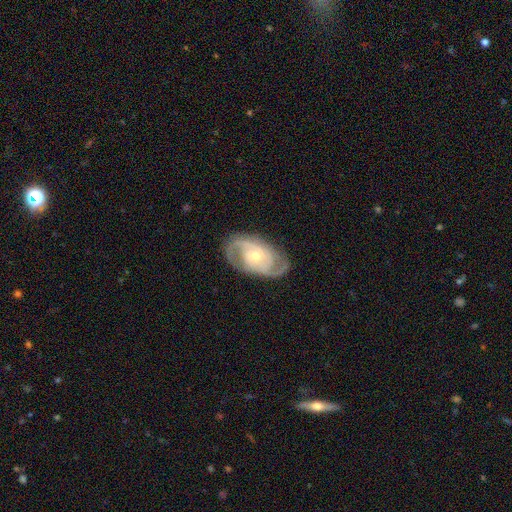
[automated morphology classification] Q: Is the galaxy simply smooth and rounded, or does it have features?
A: featured or disk — 87%.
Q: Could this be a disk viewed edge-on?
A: no — 96%.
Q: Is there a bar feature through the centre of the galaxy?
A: no — 68%.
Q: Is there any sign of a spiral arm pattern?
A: yes — 95%.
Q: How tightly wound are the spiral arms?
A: tight — 45%.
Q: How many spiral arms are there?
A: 2 — 73%.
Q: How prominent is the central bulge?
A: small — 48%, tied with moderate.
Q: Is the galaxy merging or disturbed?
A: none — 79%.